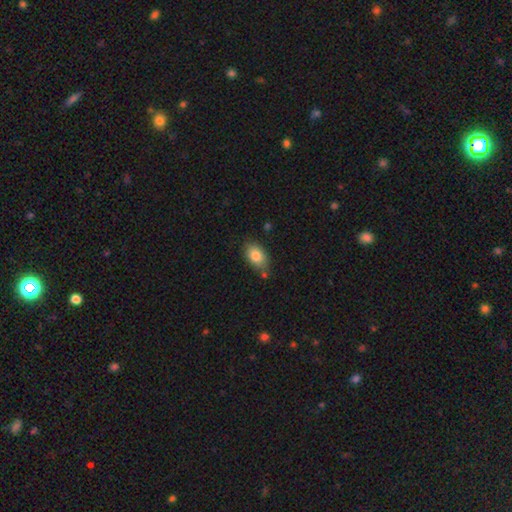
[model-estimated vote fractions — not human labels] This appears to be a smooth galaxy with no disk features (84%) that is in between round and cigar-shaped (90%). Merging: none (74%).